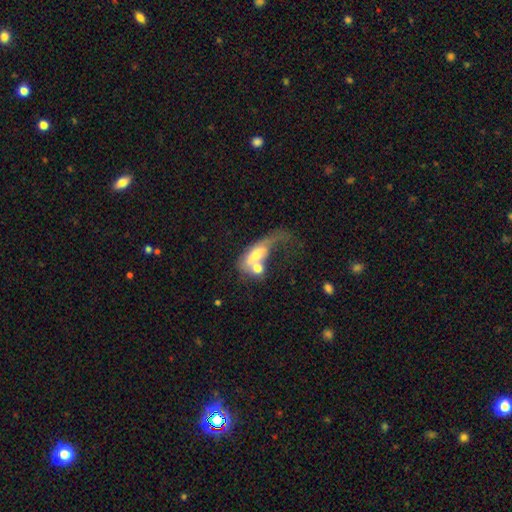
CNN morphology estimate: smooth_or_featured: featured or disk (p=0.46) [alt: smooth p=0.44]
merging: merger (p=0.47) [alt: major disturbance p=0.32]